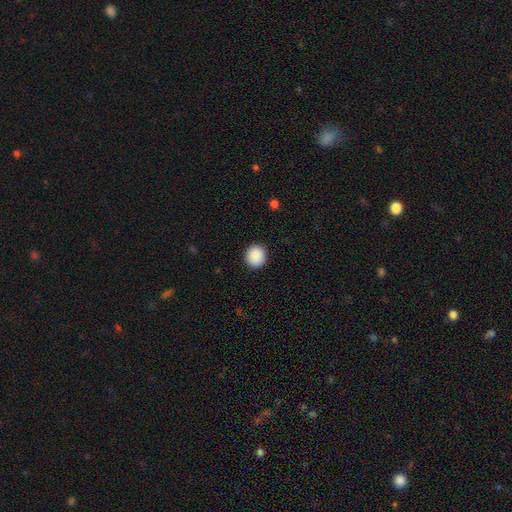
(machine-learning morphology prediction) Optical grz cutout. It shows a smooth galaxy with no disk features (90%) that is round (90%). Merging: none (92%).